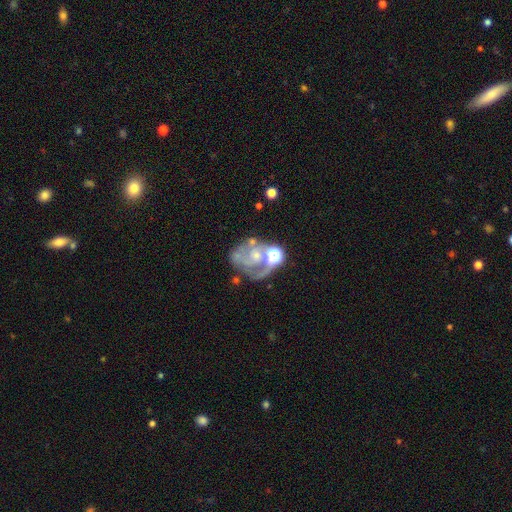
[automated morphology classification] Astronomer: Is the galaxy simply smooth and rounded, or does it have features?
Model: featured or disk — 62%.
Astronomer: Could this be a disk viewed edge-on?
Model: no — 97%.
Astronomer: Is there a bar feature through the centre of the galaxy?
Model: no — 78%.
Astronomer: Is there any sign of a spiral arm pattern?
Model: yes — 53% (runner-up: no, 47%).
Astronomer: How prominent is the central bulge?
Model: small — 45% (runner-up: moderate, 33%).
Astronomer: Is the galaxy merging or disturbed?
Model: none — 40% (runner-up: major disturbance, 24%).